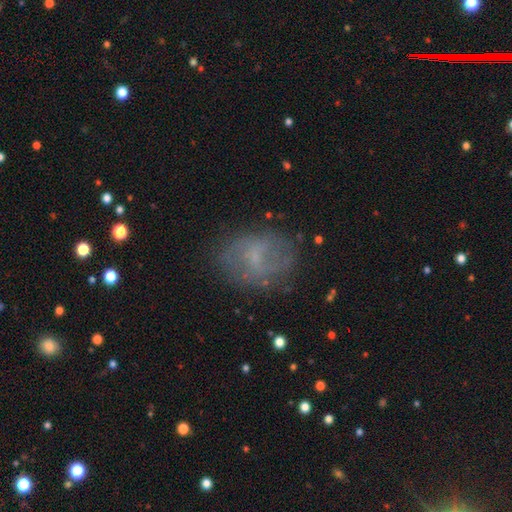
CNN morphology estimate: A featured or disk galaxy (45%).

Vote fractions:
- Smooth or featured? featured or disk: 45% / smooth: 42% / star or artifact: 12%
- Merging? none: 66% / minor disturbance: 20% / major disturbance: 12% / merger: 2%